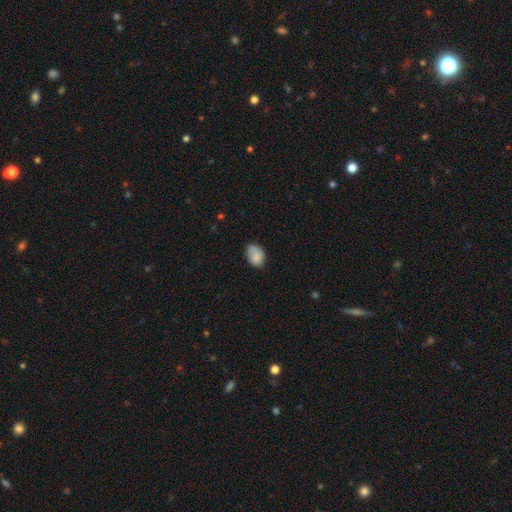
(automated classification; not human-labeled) The model was most divided on "merging": none: 63%, minor disturbance: 29%, major disturbance: 6%, merger: 2%. More confident: smooth or featured — smooth (86%); how rounded — in between (82%).